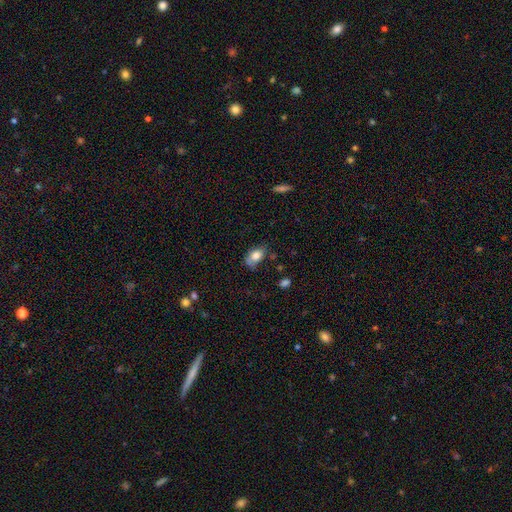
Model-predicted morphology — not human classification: Smooth or featured? Predicted: smooth (p=0.77). How rounded? Predicted: in between (p=0.86). Merging? Predicted: none (p=0.51).